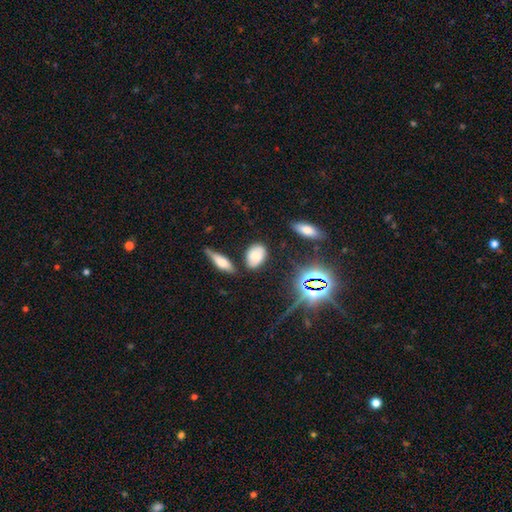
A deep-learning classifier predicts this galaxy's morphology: type=smooth (70%); roundness=in between (86%); merging=none (73%).